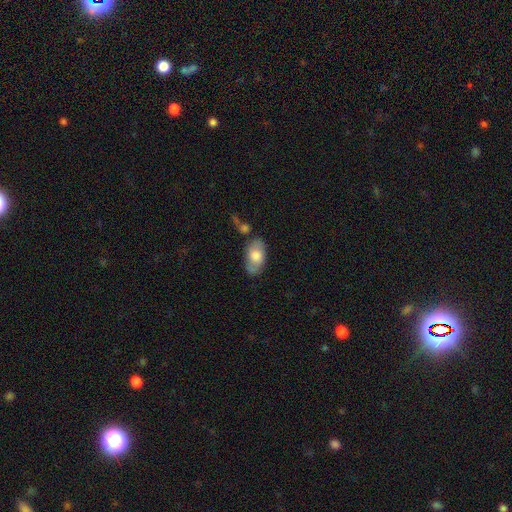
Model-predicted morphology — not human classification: Q: Smooth or featured?
A: smooth (67%); runner-up: featured or disk (27%)
Q: How rounded?
A: in between (93%); runner-up: round (5%)
Q: Merging?
A: none (64%); runner-up: minor disturbance (20%)